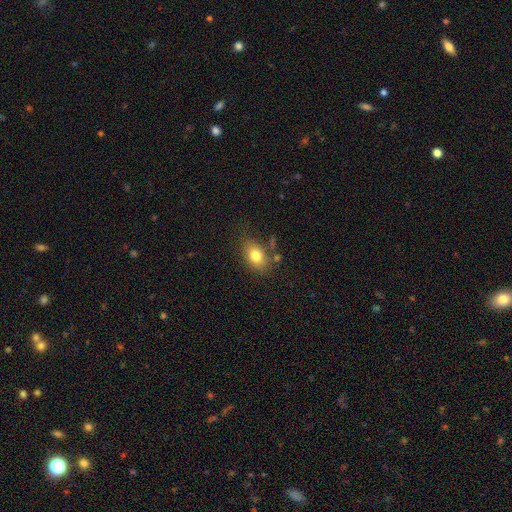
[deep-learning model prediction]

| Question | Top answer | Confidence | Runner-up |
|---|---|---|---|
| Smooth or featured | smooth | 79% | featured or disk (12%) |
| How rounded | in between | 78% | round (20%) |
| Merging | none | 71% | minor disturbance (17%) |